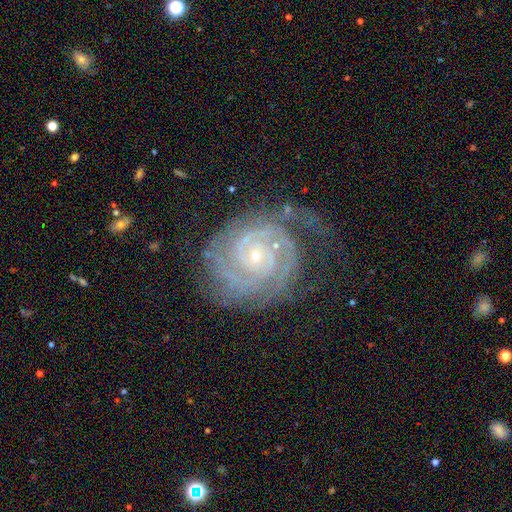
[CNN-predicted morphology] smooth_or_featured: featured or disk (p=0.90) [alt: star or artifact p=0.06]
disk_edge_on: no (p=0.98) [alt: yes p=0.02]
bar: no (p=0.73) [alt: weak p=0.19]
has_spiral_arms: yes (p=0.98) [alt: no p=0.02]
spiral_winding: tight (p=0.81) [alt: medium p=0.17]
spiral_arm_count: 2 (p=0.42) [alt: 3 p=0.20]
bulge_size: small (p=0.81) [alt: moderate p=0.16]
merging: none (p=0.63) [alt: minor disturbance p=0.22]